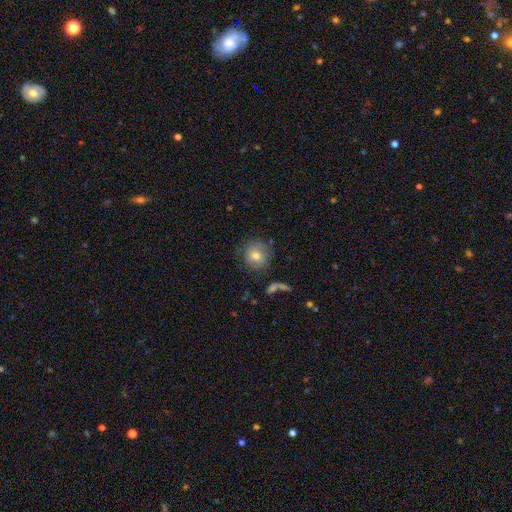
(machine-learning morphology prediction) smooth_or_featured: smooth (p=0.72) [alt: featured or disk p=0.18]
how_rounded: round (p=0.87) [alt: in between p=0.12]
merging: none (p=0.74) [alt: minor disturbance p=0.16]